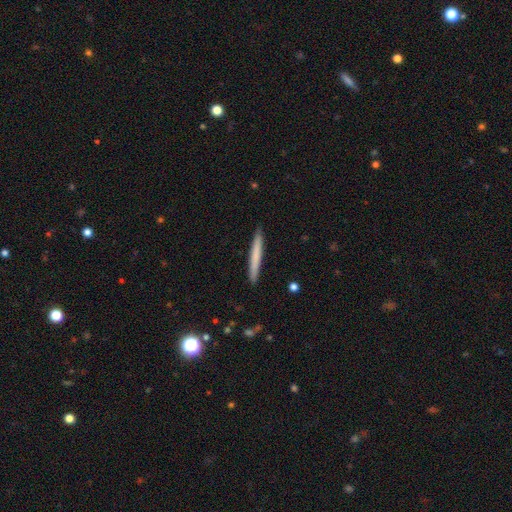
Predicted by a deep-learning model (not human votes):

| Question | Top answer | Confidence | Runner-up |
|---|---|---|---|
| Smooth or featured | smooth | 68% | featured or disk (26%) |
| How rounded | cigar-shaped | 97% | in between (2%) |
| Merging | none | 91% | minor disturbance (6%) |